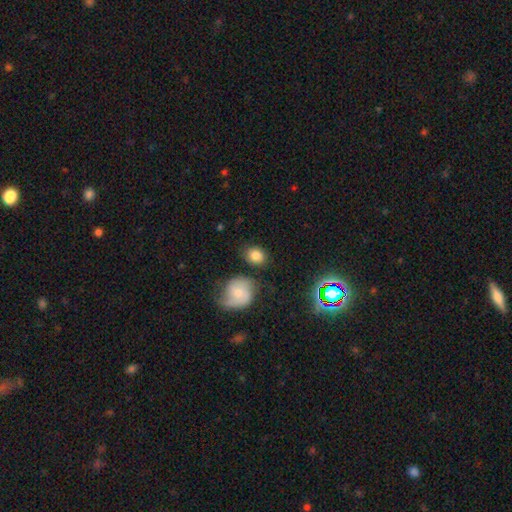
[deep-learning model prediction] smooth-or-featured: smooth: 81% | featured or disk: 10% | star or artifact: 9%
  how-rounded: round: 53% | in between: 46% | cigar-shaped: 1%
  merging: none: 74% | minor disturbance: 13% | merger: 8% | major disturbance: 4%